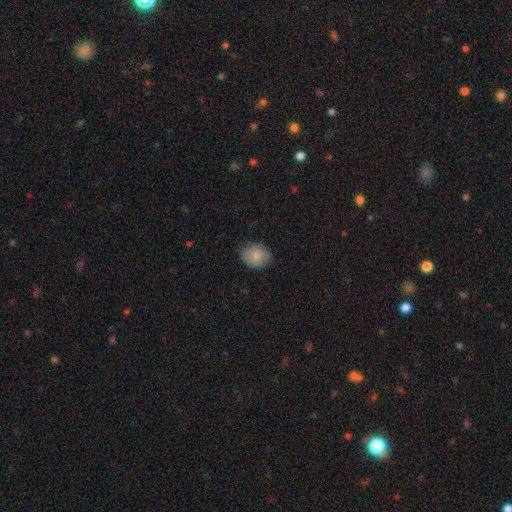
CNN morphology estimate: This appears to be a smooth galaxy with no disk features (81%) that is round (65%). Merging: none (78%).